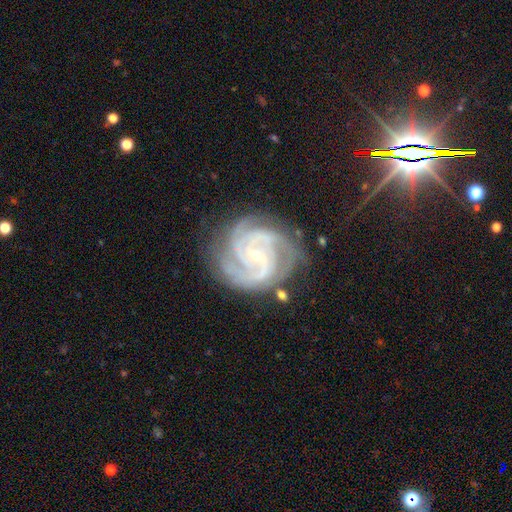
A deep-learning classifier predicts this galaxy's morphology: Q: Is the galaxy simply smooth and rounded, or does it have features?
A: featured or disk — 91%.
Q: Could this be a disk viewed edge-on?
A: no — 98%.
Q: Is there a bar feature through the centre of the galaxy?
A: no — 53%.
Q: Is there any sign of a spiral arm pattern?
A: yes — 99%.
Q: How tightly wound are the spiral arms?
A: tight — 67%.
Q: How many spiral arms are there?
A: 3 — 38%.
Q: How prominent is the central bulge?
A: small — 81%.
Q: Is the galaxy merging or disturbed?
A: none — 76%.